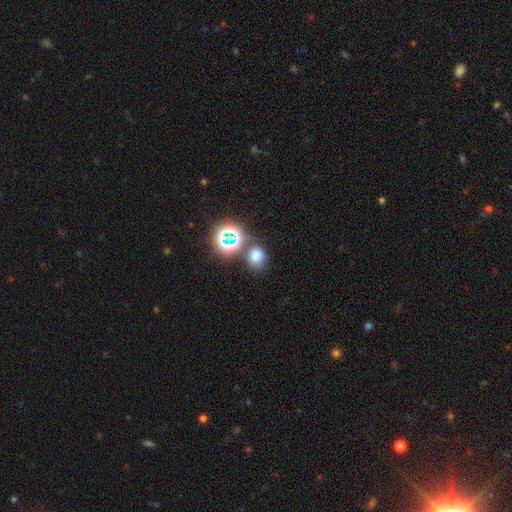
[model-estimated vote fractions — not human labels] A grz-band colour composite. It shows a smooth galaxy with no disk features (66%) that is round (67%). Merging: none (70%).